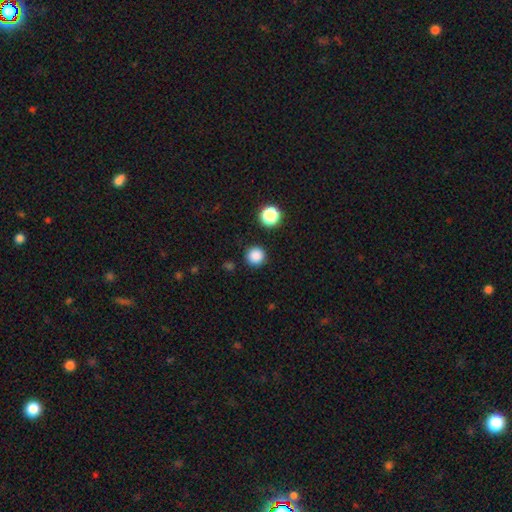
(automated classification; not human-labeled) Smooth or featured?
  - smooth: 85% *
  - star or artifact: 12%
  - featured or disk: 3%
How rounded?
  - round: 95% *
  - in between: 4%
  - cigar-shaped: 1%
Merging?
  - none: 90% *
  - minor disturbance: 6%
  - major disturbance: 2%
  - merger: 2%